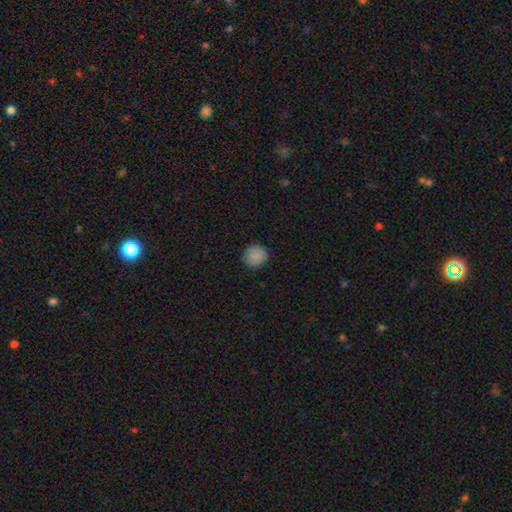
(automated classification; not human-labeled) This is clearly a smooth galaxy (88%). How rounded: clearly round (89%). Merging: clearly none (89%).